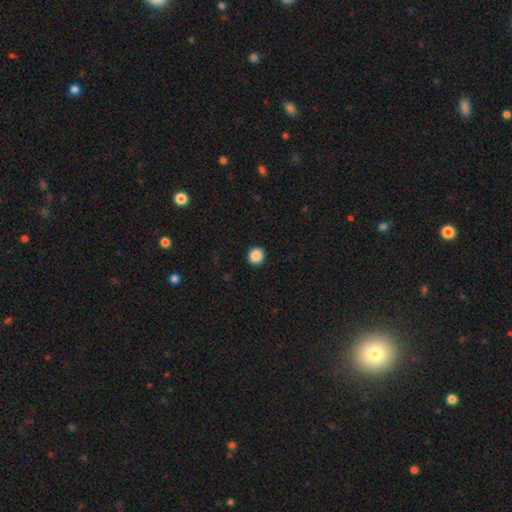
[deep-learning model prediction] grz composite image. It shows a smooth galaxy with no disk features (88%) that is round (91%). Merging: none (93%).